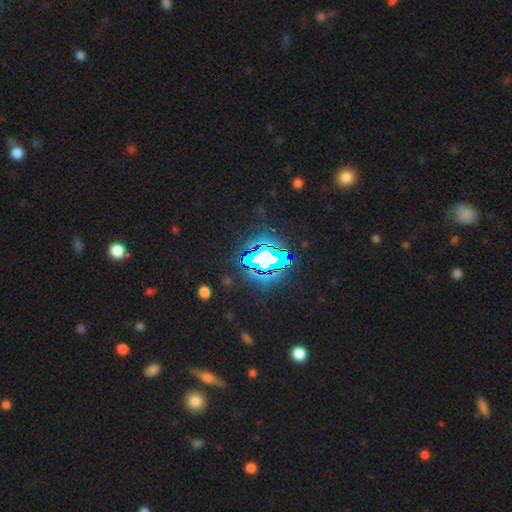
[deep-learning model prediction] A star or artifact, not a galaxy (78%).

Vote fractions:
- Smooth or featured? star or artifact: 78% / smooth: 13% / featured or disk: 9%